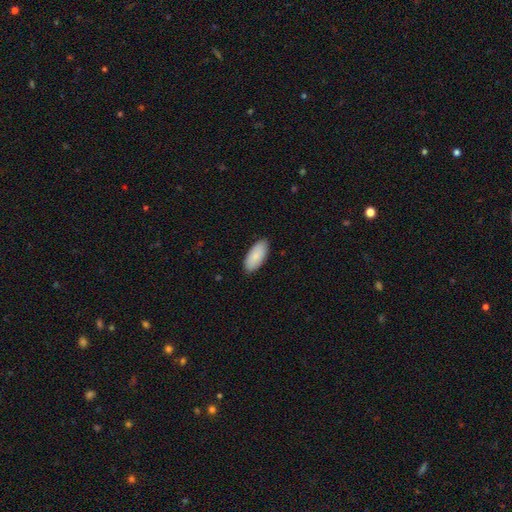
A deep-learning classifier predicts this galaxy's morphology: Smooth or featured?
  - smooth: 87% *
  - featured or disk: 7%
  - star or artifact: 5%
How rounded?
  - in between: 91% *
  - cigar-shaped: 7%
  - round: 2%
Merging?
  - none: 88% *
  - minor disturbance: 10%
  - major disturbance: 2%
  - merger: 1%